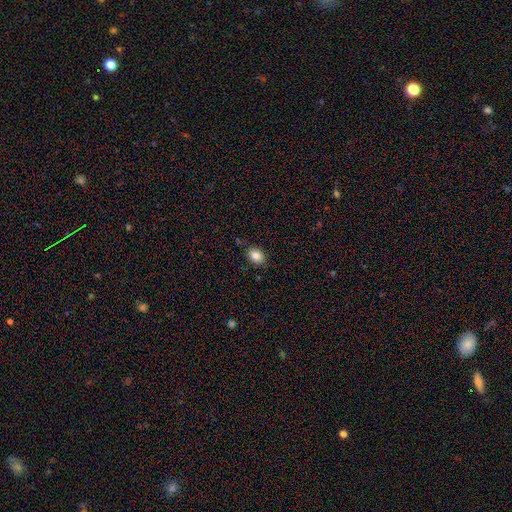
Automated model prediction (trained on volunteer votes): Smooth or featured? Predicted: smooth (p=0.84). How rounded? Predicted: in between (p=0.73). Merging? Predicted: none (p=0.83).